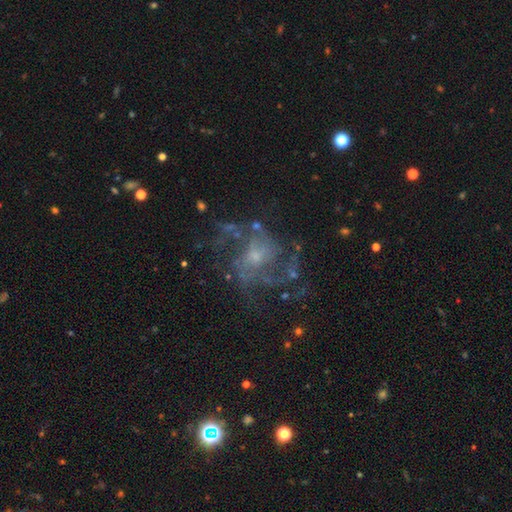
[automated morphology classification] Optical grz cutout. It shows a featured or disk galaxy (79%) with no bar (64%), 2 (29%) medium (48%) spiral arms (86%) and a small central bulge (56%). Merging: none (58%).